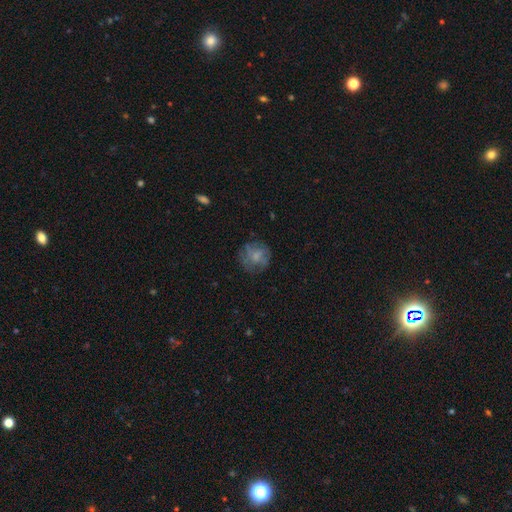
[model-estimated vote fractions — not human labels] The model was most divided on "smooth or featured": smooth: 49%, featured or disk: 40%, star or artifact: 11%. More confident: merging — none (68%).